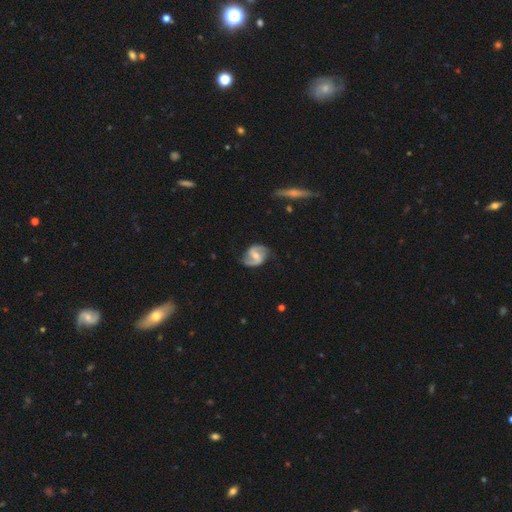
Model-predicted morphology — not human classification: Smooth or featured? Predicted: featured or disk (p=0.86). Edge-on disk? Predicted: no (p=0.98). Bar? Predicted: weak (p=0.47). Spiral arms? Predicted: yes (p=0.95). Spiral winding? Predicted: medium (p=0.45). Spiral arm count? Predicted: 2 (p=0.93). Bulge size? Predicted: moderate (p=0.51). Merging? Predicted: none (p=0.79).